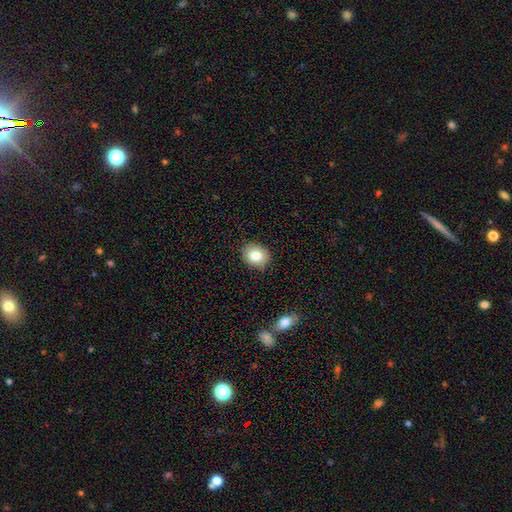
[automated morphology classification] The model was most divided on "how rounded": round: 55%, in between: 44%, cigar-shaped: 1%. More confident: merging — none (88%); smooth or featured — smooth (82%).